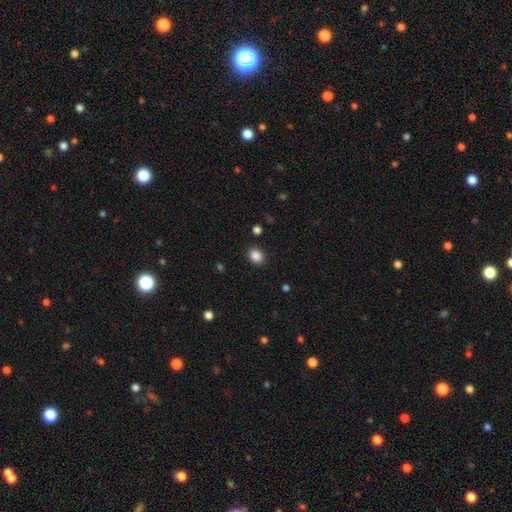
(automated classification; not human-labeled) smooth_or_featured: smooth (p=0.87) [alt: star or artifact p=0.10]
how_rounded: in between (p=0.55) [alt: round p=0.45]
merging: none (p=0.88) [alt: minor disturbance p=0.08]